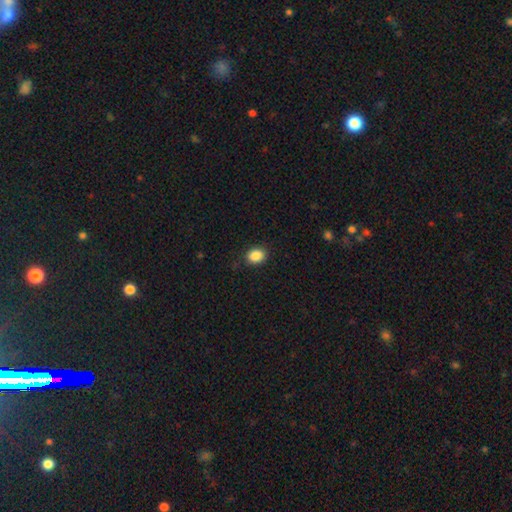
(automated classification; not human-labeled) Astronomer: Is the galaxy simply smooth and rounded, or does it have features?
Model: smooth — 88%.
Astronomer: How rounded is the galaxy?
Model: in between — 57% (runner-up: round, 42%).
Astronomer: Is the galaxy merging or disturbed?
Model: none — 87%.